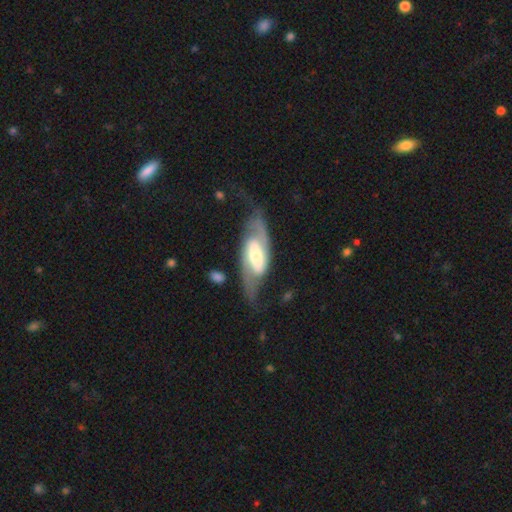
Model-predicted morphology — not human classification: Overall: featured or disk (79%). Edge-on disk: no (90%). Bar: strong (45%; weak 35%). Spiral arms: yes (91%). Spiral arm count: 2 (89%). Spiral winding: loose (43%; medium 40%). Bulge size: moderate (46%; small 23%). Merging: none (55%; minor disturbance 21%).